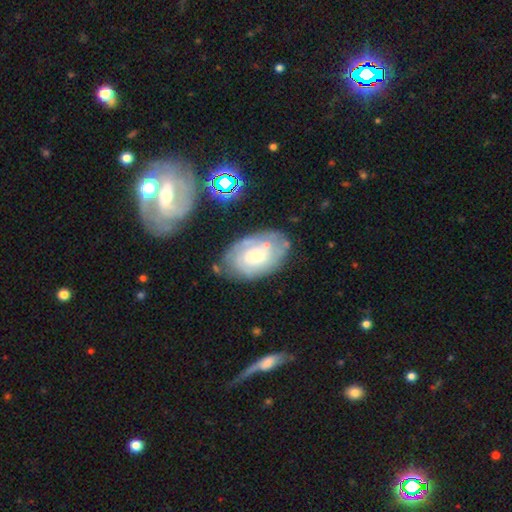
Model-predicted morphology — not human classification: Smooth or featured? Predicted: featured or disk (p=0.58). Edge-on disk? Predicted: no (p=0.95). Bar? Predicted: no (p=0.75). Spiral arms? Predicted: yes (p=0.62). Bulge size? Predicted: small (p=0.57). Merging? Predicted: none (p=0.63).